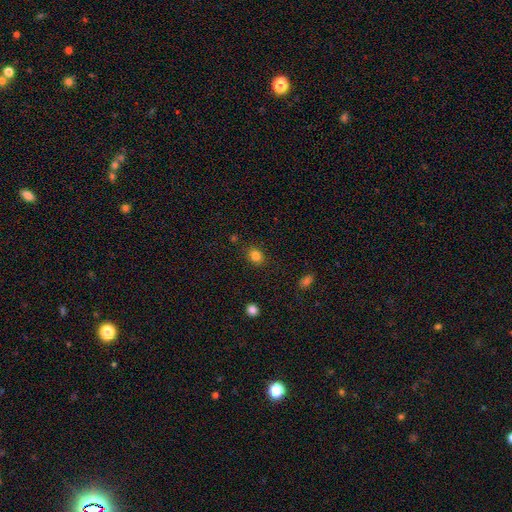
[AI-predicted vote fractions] Smooth or featured? Predicted: smooth (p=0.83). How rounded? Predicted: round (p=0.51). Merging? Predicted: none (p=0.85).